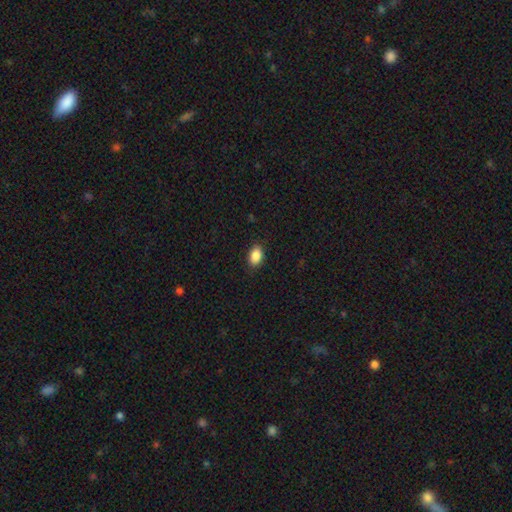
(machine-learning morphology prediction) Overall: smooth (88%). How rounded: in between (85%). Merging: none (87%).